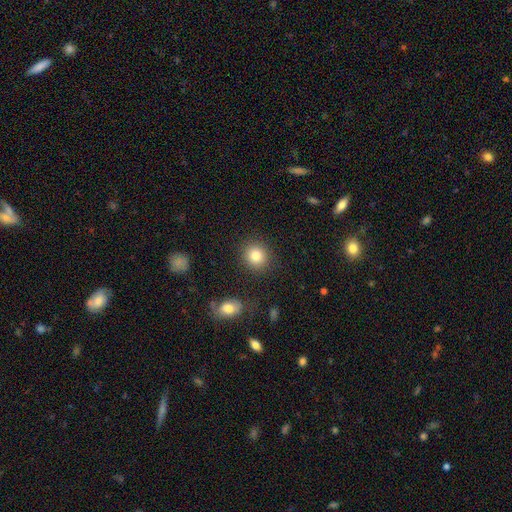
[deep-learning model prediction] This appears to be a smooth galaxy with no disk features (83%) that is round (85%). Merging: none (87%).